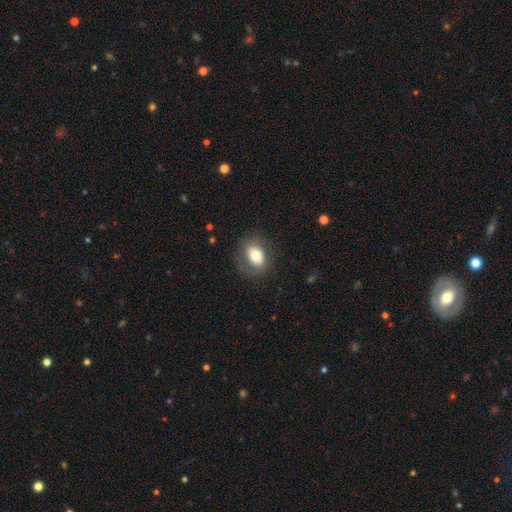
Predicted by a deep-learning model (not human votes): smooth_or_featured: smooth (p=0.68) [alt: featured or disk p=0.24]
how_rounded: in between (p=0.61) [alt: round p=0.37]
merging: none (p=0.75) [alt: minor disturbance p=0.15]